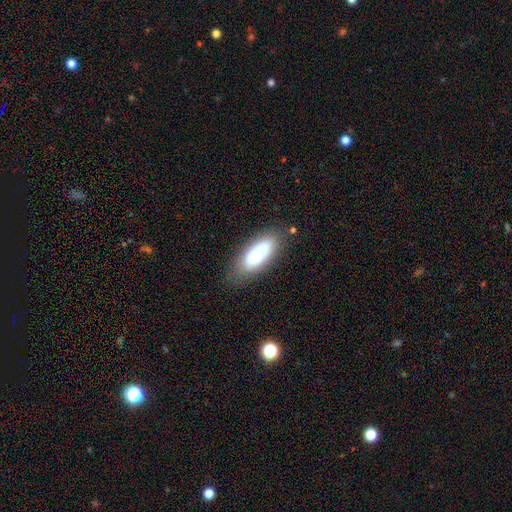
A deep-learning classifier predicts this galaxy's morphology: A smooth galaxy with no disk features (56%) that is in between round and cigar-shaped (81%).

Vote fractions:
- Smooth or featured? smooth: 56% / featured or disk: 36% / star or artifact: 8%
- How rounded? in between: 81% / cigar-shaped: 15% / round: 3%
- Merging? none: 70% / minor disturbance: 18% / major disturbance: 6% / merger: 6%